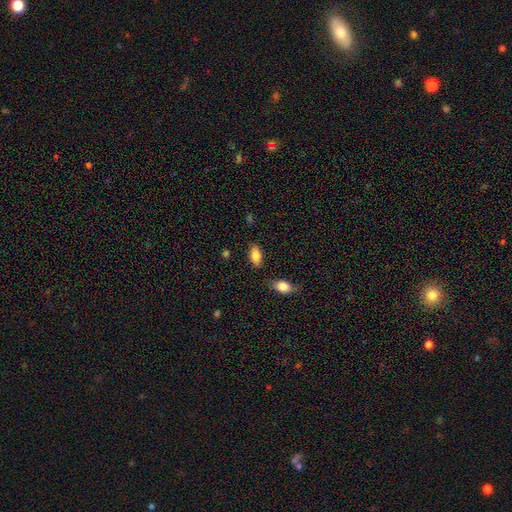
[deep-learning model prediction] smooth-or-featured: smooth: 83% | featured or disk: 10% | star or artifact: 7%
  how-rounded: in between: 90% | cigar-shaped: 7% | round: 3%
  merging: none: 82% | minor disturbance: 12% | merger: 4% | major disturbance: 3%